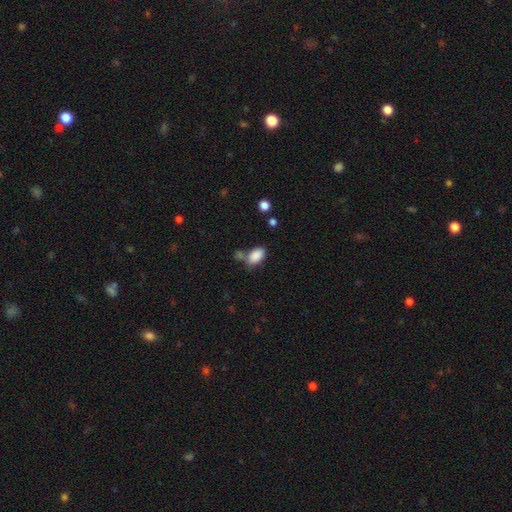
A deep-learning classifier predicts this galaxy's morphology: A smooth galaxy with no disk features (87%) that is in between round and cigar-shaped (92%).

Vote fractions:
- Smooth or featured? smooth: 87% / star or artifact: 8% / featured or disk: 5%
- How rounded? in between: 92% / round: 6% / cigar-shaped: 2%
- Merging? none: 57% / merger: 21% / minor disturbance: 16% / major disturbance: 6%